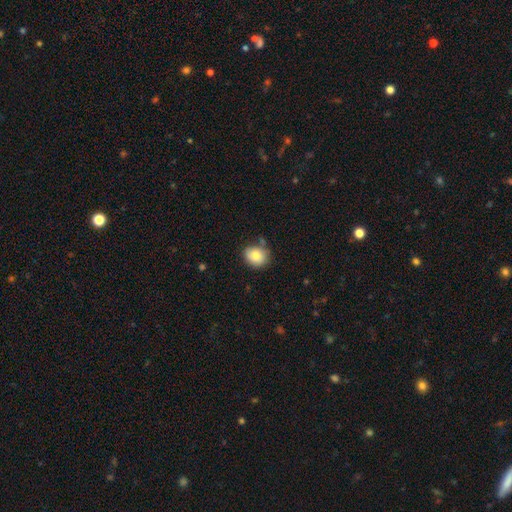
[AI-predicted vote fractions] smooth_or_featured: smooth (p=0.81) [alt: featured or disk p=0.10]
how_rounded: round (p=0.65) [alt: in between p=0.34]
merging: none (p=0.71) [alt: minor disturbance p=0.19]